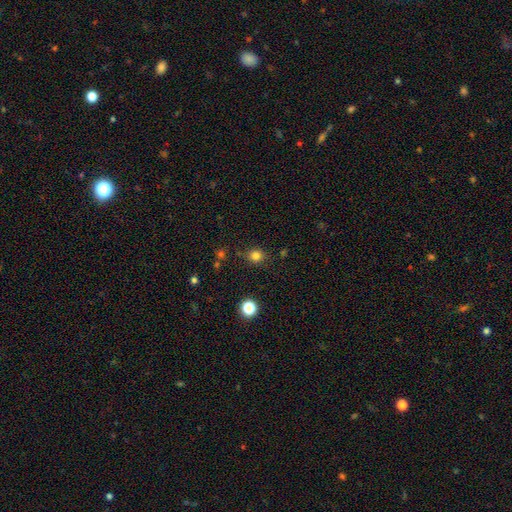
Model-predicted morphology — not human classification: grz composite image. It shows a smooth galaxy with no disk features (81%) that is round (82%). Merging: none (85%).